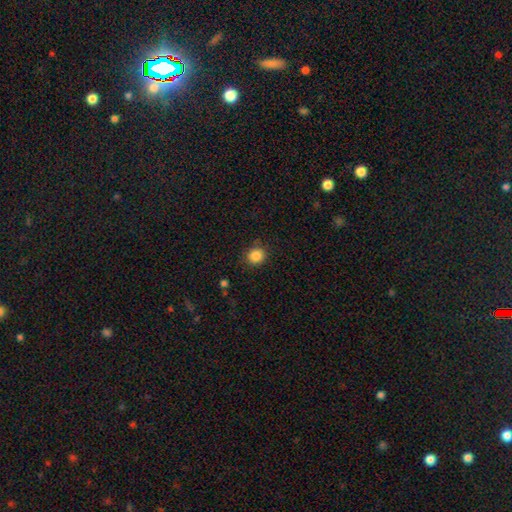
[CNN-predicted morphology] This is clearly a smooth galaxy (86%). How rounded: clearly round (86%). Merging: clearly none (86%).